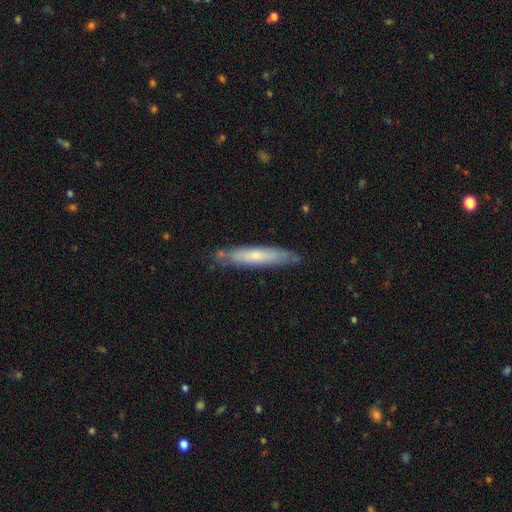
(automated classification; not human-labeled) This is possibly a smooth galaxy (54%). How rounded: clearly cigar-shaped (89%). Merging: likely none (78%).